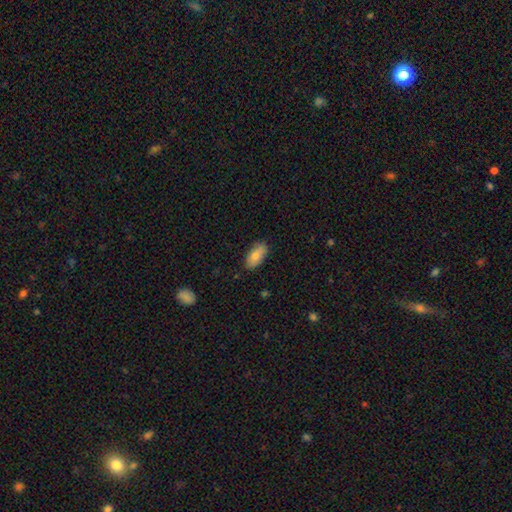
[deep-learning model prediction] This appears to be a smooth galaxy with no disk features (83%) that is in between round and cigar-shaped (91%). Merging: none (83%).